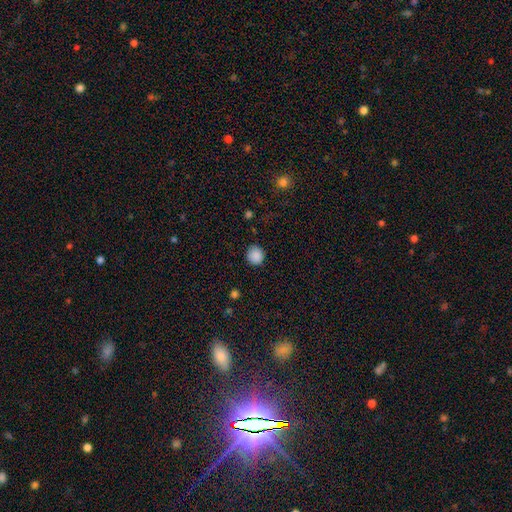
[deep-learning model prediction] Morphology: type=smooth (88%); roundness=round (91%); merging=none (89%).